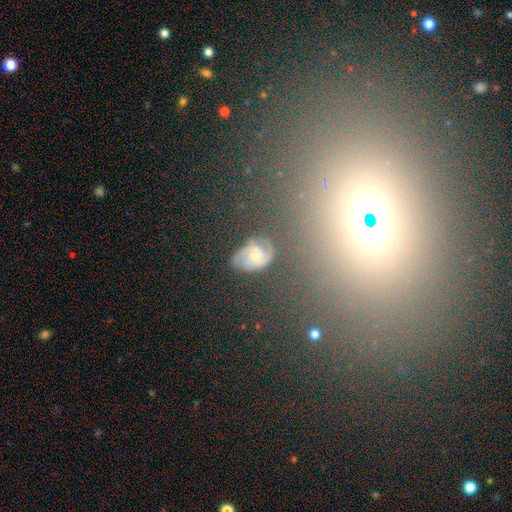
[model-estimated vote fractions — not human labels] A featured or disk galaxy (56%) with no bar (59%), spiral arms (72%) and a moderate central bulge (57%).

Vote fractions:
- Smooth or featured? featured or disk: 56% / smooth: 25% / star or artifact: 19%
- Edge-on disk? no: 95% / yes: 5%
- Bar? no: 59% / weak: 31% / strong: 10%
- Spiral arms? yes: 72% / no: 28%
- Bulge size? moderate: 57% / small: 36% / large: 4% / none: 2% / dominant: 2%
- Merging? none: 73% / minor disturbance: 17% / major disturbance: 7% / merger: 3%